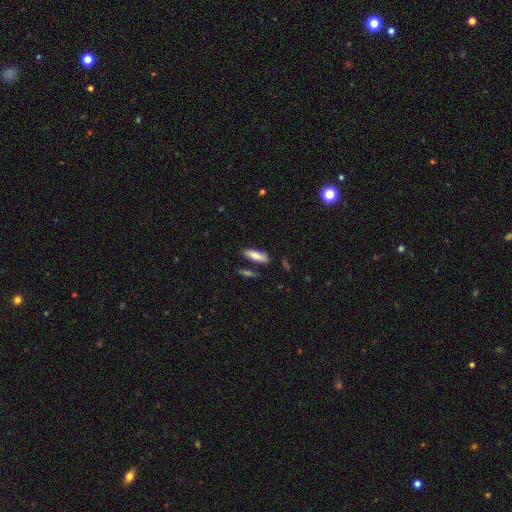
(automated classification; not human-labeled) smooth-or-featured: smooth: 80% | featured or disk: 14% | star or artifact: 6%
  how-rounded: in between: 54% | cigar-shaped: 44% | round: 2%
  merging: none: 79% | minor disturbance: 13% | merger: 5% | major disturbance: 3%